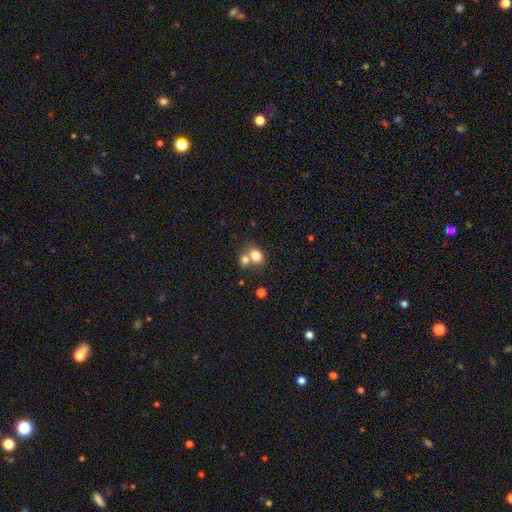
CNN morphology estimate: Q: Smooth or featured?
A: smooth (78%); runner-up: featured or disk (11%)
Q: How rounded?
A: in between (50%); runner-up: round (49%)
Q: Merging?
A: merger (52%); runner-up: none (38%)